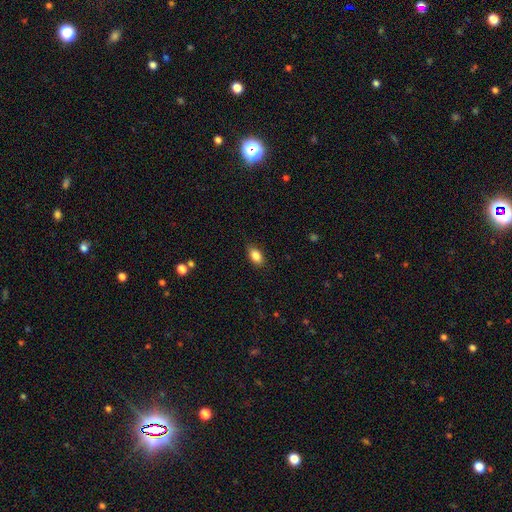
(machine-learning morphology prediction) Overall: smooth (85%). How rounded: in between (87%). Merging: none (85%).